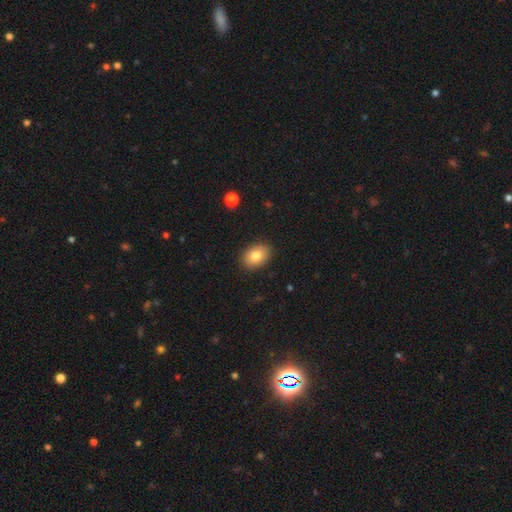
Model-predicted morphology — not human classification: smooth_or_featured: smooth (p=0.82) [alt: featured or disk p=0.10]
how_rounded: in between (p=0.82) [alt: round p=0.17]
merging: none (p=0.89) [alt: minor disturbance p=0.08]